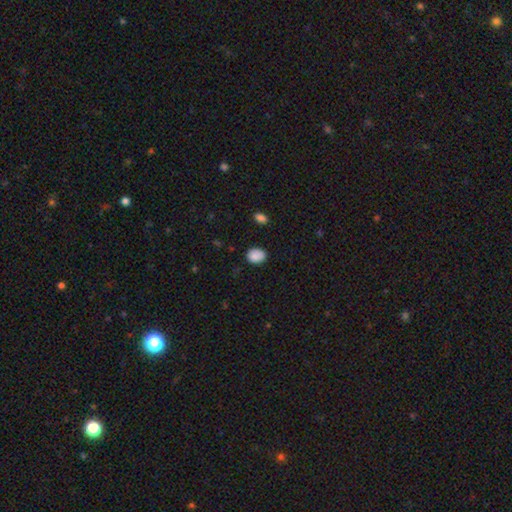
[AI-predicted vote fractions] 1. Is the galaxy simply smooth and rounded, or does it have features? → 88% smooth, 8% star or artifact, 4% featured or disk.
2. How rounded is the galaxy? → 64% in between, 35% round, 1% cigar-shaped.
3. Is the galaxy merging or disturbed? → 78% none, 17% minor disturbance, 3% major disturbance, 2% merger.